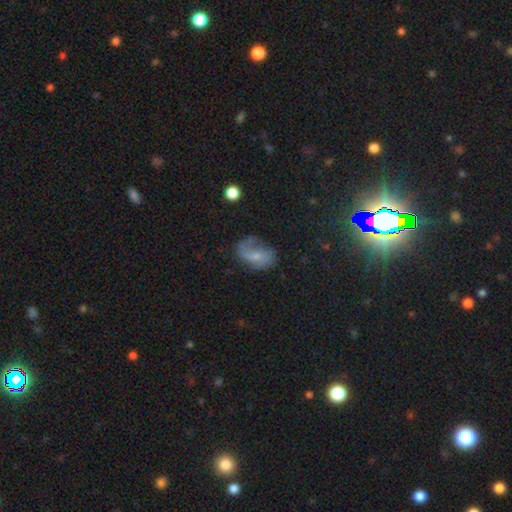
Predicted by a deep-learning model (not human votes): smooth_or_featured: featured or disk (p=0.55) [alt: smooth p=0.35]
disk_edge_on: no (p=0.96) [alt: yes p=0.04]
bar: no (p=0.53) [alt: weak p=0.37]
has_spiral_arms: yes (p=0.78) [alt: no p=0.22]
bulge_size: small (p=0.58) [alt: moderate p=0.29]
merging: none (p=0.46) [alt: minor disturbance p=0.28]